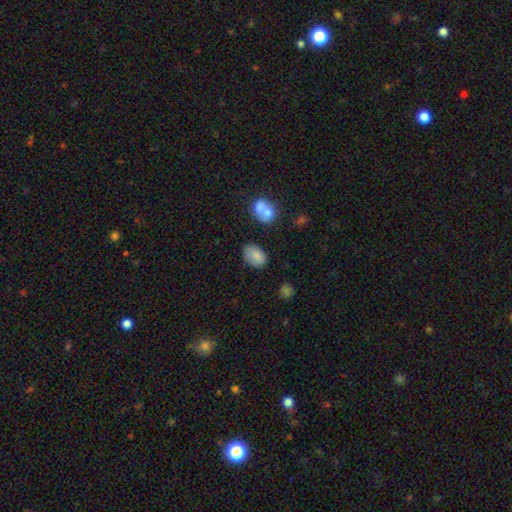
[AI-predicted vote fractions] A smooth galaxy with no disk features (82%) that is in between round and cigar-shaped (87%).

Vote fractions:
- Smooth or featured? smooth: 82% / featured or disk: 10% / star or artifact: 8%
- How rounded? in between: 87% / round: 12% / cigar-shaped: 1%
- Merging? none: 72% / minor disturbance: 19% / merger: 5% / major disturbance: 4%